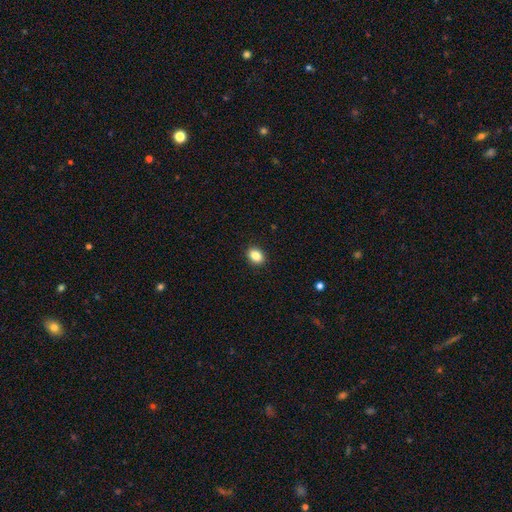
A smooth galaxy with no disk features (87%) that is in between round and cigar-shaped (62%). Merging: none (86%).